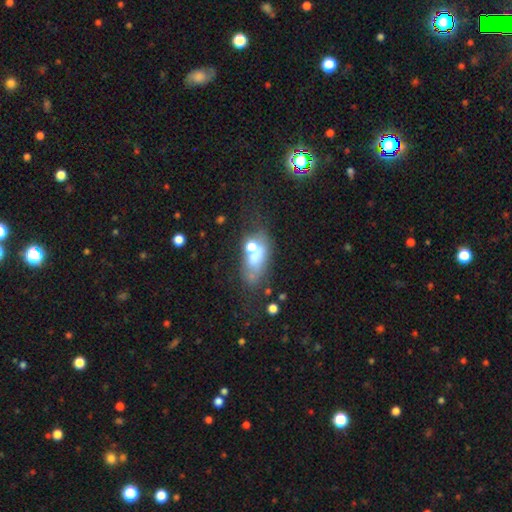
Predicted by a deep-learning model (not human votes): A smooth galaxy with no disk features (54%) that is in between round and cigar-shaped (76%).

Vote fractions:
- Smooth or featured? smooth: 54% / featured or disk: 30% / star or artifact: 16%
- How rounded? in between: 76% / round: 18% / cigar-shaped: 6%
- Merging? merger: 31% / none: 27% / major disturbance: 24% / minor disturbance: 18%